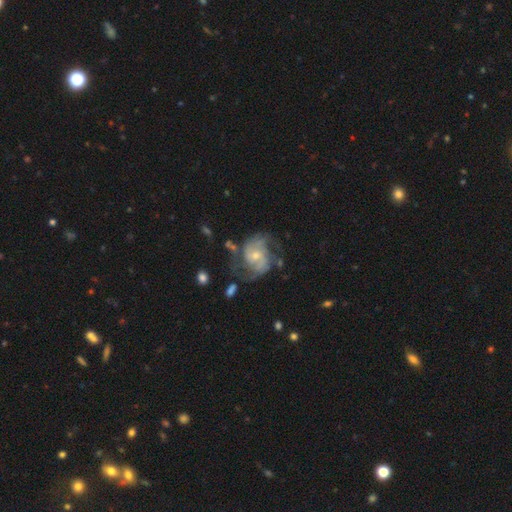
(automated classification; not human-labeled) This appears to be a featured or disk galaxy (82%) with no bar (58%), 2 (67%) medium (48%) spiral arms (92%) and a small central bulge (51%). Merging: none (53%).